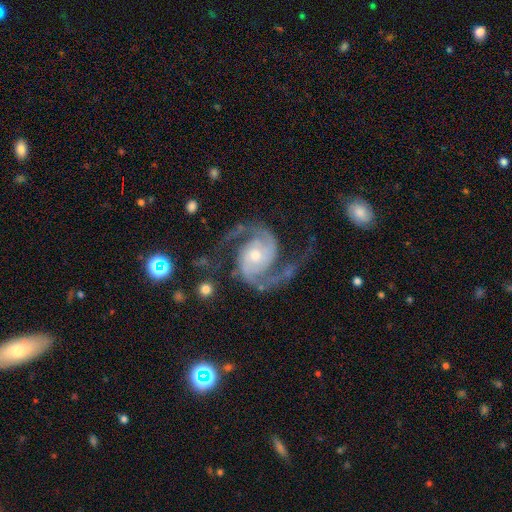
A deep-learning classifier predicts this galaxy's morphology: This is clearly a featured or disk galaxy (94%). It is clearly not viewed edge-on (98%). Bar: likely no (60%). Spiral arm pattern: clearly yes (99%). Spiral arm count: clearly 2 (94%). Spiral winding: possibly medium (59%). Central bulge: possibly moderate (56%). Merging: likely none (73%).